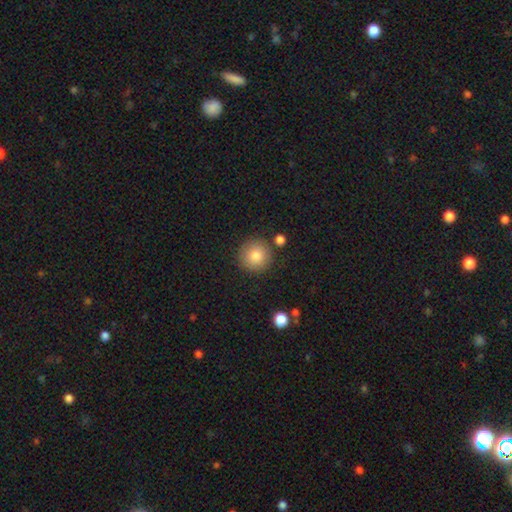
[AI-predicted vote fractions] Morphology: type=smooth (83%); roundness=round (95%); merging=none (85%).